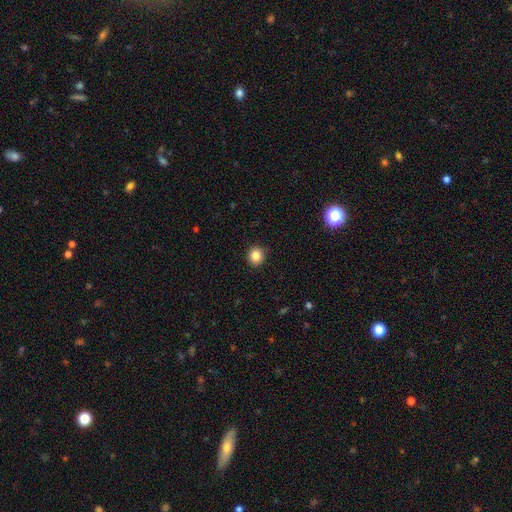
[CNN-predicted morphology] smooth-or-featured: smooth: 85% | star or artifact: 11% | featured or disk: 5%
  how-rounded: round: 91% | in between: 8% | cigar-shaped: 1%
  merging: none: 90% | minor disturbance: 7% | major disturbance: 2% | merger: 1%